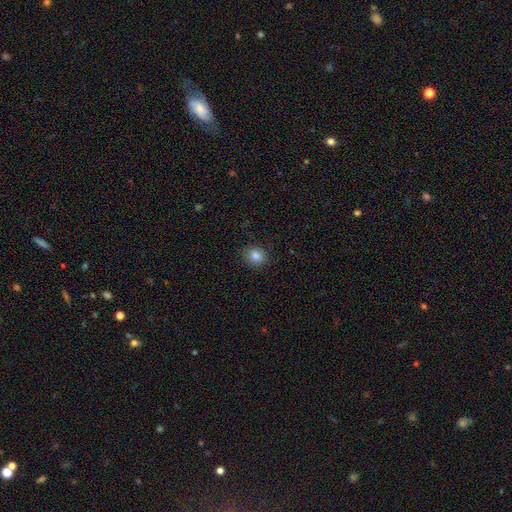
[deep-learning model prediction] Q: Smooth or featured?
A: smooth (84%); runner-up: star or artifact (11%)
Q: How rounded?
A: round (69%); runner-up: in between (30%)
Q: Merging?
A: none (87%); runner-up: minor disturbance (10%)